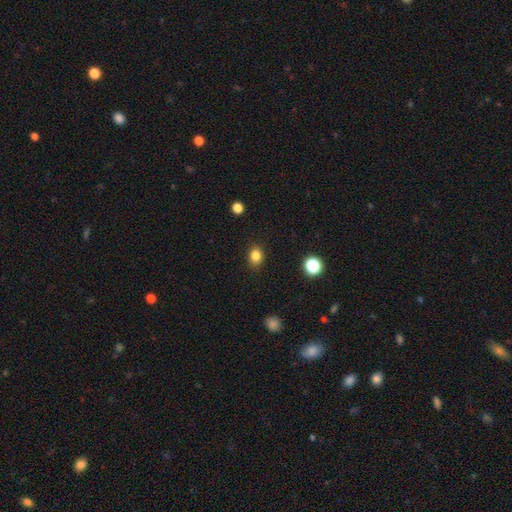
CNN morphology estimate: This appears to be a smooth galaxy with no disk features (83%) that is in between round and cigar-shaped (51%). Merging: none (88%).